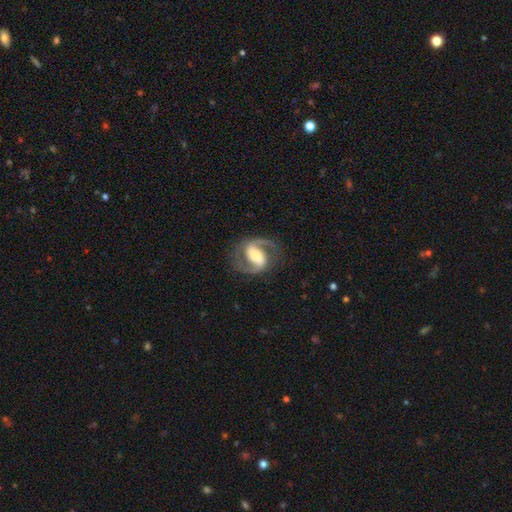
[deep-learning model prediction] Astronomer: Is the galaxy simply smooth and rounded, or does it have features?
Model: featured or disk — 89%.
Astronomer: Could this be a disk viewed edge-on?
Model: no — 98%.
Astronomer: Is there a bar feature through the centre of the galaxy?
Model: strong — 48% (runner-up: weak, 36%).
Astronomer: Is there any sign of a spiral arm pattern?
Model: yes — 96%.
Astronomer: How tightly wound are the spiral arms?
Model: medium — 60%.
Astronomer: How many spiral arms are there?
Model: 2 — 93%.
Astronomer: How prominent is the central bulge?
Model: moderate — 55%.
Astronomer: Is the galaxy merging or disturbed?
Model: none — 81%.